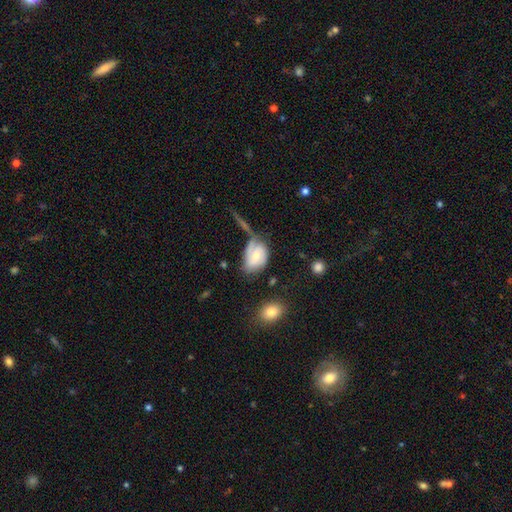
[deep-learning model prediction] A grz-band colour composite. It shows a featured or disk galaxy (48%). Merging: none (38%).